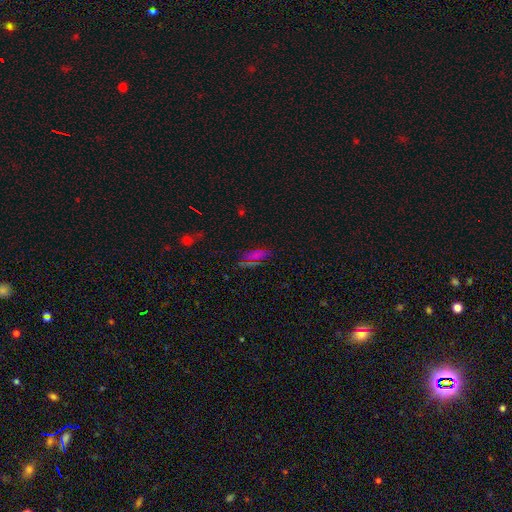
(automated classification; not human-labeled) smooth 61%, star or artifact 28%, featured or disk 11%. Down the decision tree: how rounded — in between (72%); merging — none (79%).